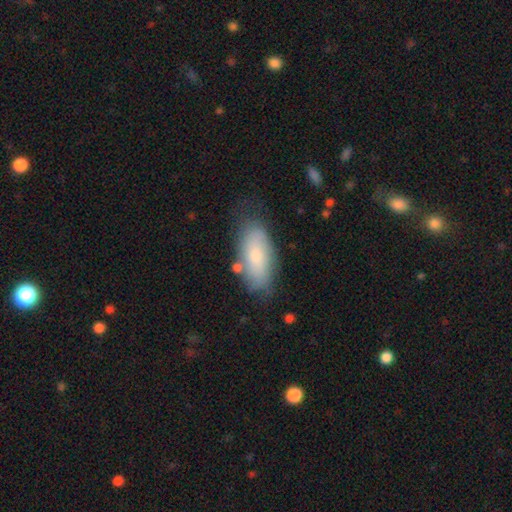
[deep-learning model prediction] smooth-or-featured: smooth: 73% | featured or disk: 21% | star or artifact: 7%
  how-rounded: in between: 87% | cigar-shaped: 10% | round: 2%
  merging: none: 67% | minor disturbance: 22% | major disturbance: 6% | merger: 4%